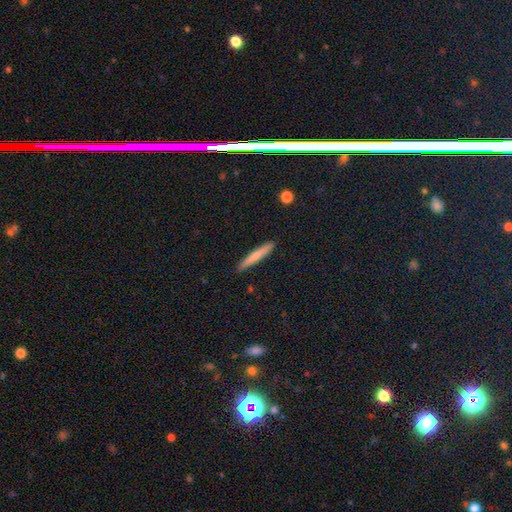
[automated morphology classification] Q: Smooth or featured?
A: smooth (68%); runner-up: featured or disk (26%)
Q: How rounded?
A: cigar-shaped (95%); runner-up: in between (4%)
Q: Merging?
A: none (91%); runner-up: minor disturbance (7%)